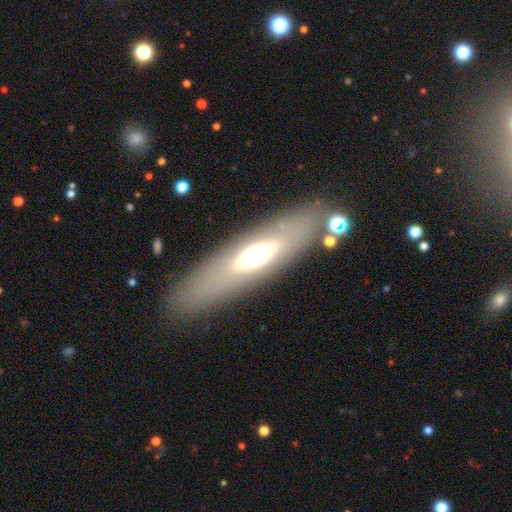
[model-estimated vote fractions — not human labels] The model was most divided on "smooth or featured": featured or disk: 50%, smooth: 41%, star or artifact: 9%. More confident: merging — none (84%).